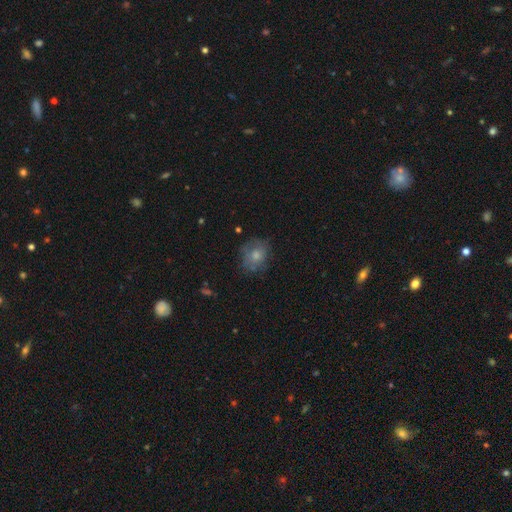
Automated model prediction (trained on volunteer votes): Q: Smooth or featured?
A: smooth (67%); runner-up: featured or disk (24%)
Q: How rounded?
A: round (68%); runner-up: in between (31%)
Q: Merging?
A: none (64%); runner-up: minor disturbance (23%)